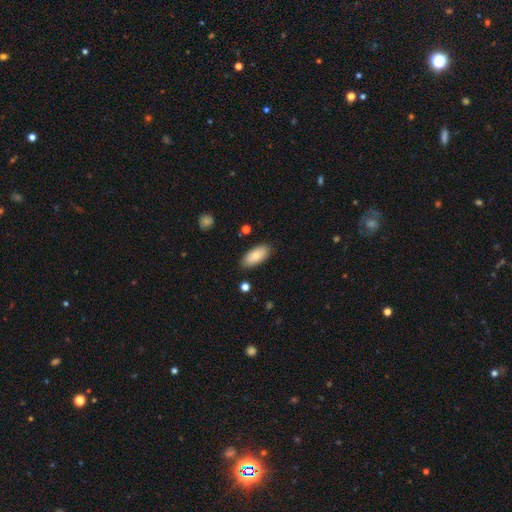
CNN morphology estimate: Smooth or featured? Predicted: smooth (p=0.76). How rounded? Predicted: in between (p=0.90). Merging? Predicted: none (p=0.85).